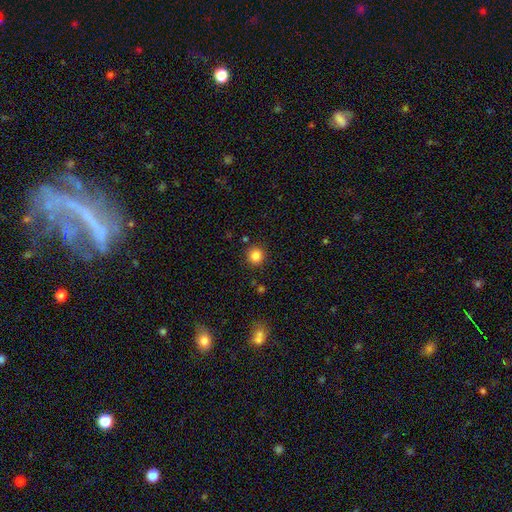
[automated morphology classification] A smooth galaxy with no disk features (84%) that is round (95%).

Vote fractions:
- Smooth or featured? smooth: 84% / star or artifact: 12% / featured or disk: 5%
- How rounded? round: 95% / in between: 4% / cigar-shaped: 1%
- Merging? none: 89% / minor disturbance: 6% / merger: 2% / major disturbance: 2%